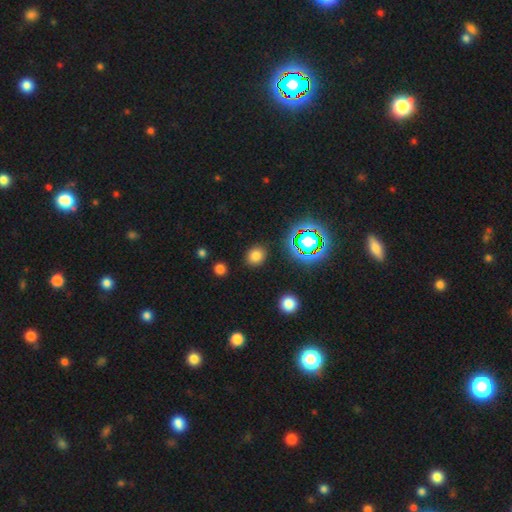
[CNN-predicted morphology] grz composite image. It shows a smooth galaxy with no disk features (76%) that is round (69%). Merging: none (88%).